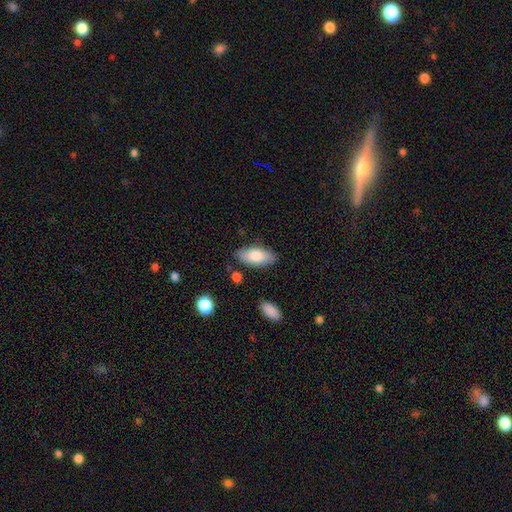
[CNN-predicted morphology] smooth-or-featured: smooth: 80% | featured or disk: 14% | star or artifact: 6%
  how-rounded: in between: 90% | cigar-shaped: 8% | round: 2%
  merging: none: 81% | minor disturbance: 14% | major disturbance: 3% | merger: 3%